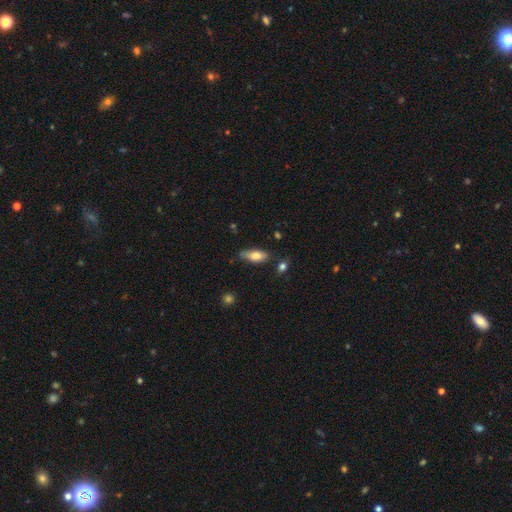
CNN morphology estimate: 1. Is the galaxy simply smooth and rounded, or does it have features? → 75% smooth, 18% featured or disk, 7% star or artifact.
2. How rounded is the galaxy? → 74% in between, 23% cigar-shaped, 2% round.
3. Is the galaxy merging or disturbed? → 66% none, 25% minor disturbance, 5% major disturbance, 5% merger.